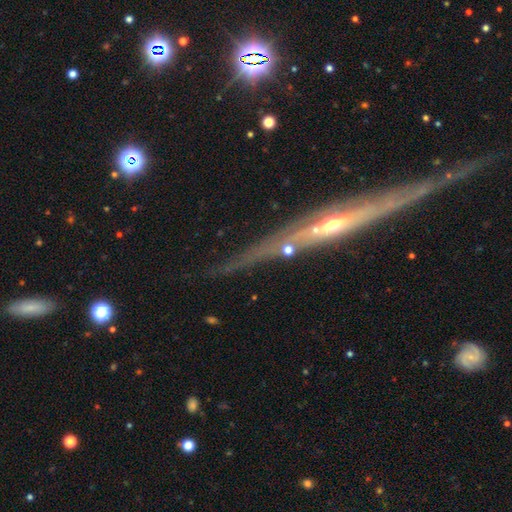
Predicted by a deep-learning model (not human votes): Smooth or featured?
  - featured or disk: 82% *
  - smooth: 9%
  - star or artifact: 9%
Edge-on disk?
  - yes: 92% *
  - no: 8%
Edge-on bulge?
  - rounded: 66% *
  - none: 29%
  - boxy: 6%
Merging?
  - none: 73% *
  - minor disturbance: 17%
  - major disturbance: 5%
  - merger: 4%